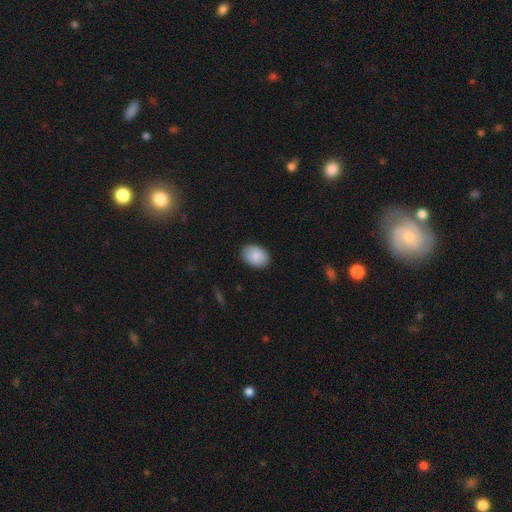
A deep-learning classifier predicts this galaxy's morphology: Q: Smooth or featured?
A: smooth (88%); runner-up: star or artifact (6%)
Q: How rounded?
A: in between (81%); runner-up: round (18%)
Q: Merging?
A: none (88%); runner-up: minor disturbance (9%)